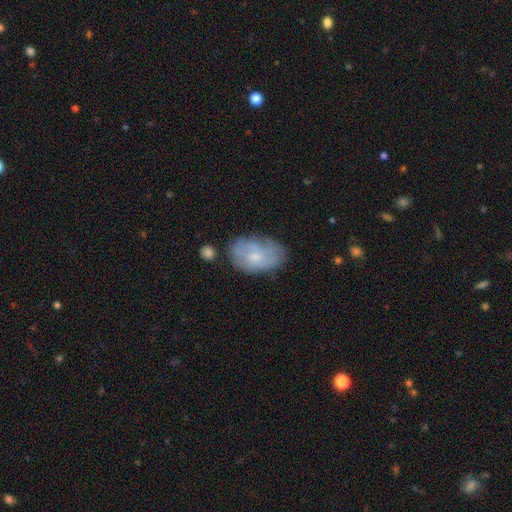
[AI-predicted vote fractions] Smooth or featured? smooth (53%)
How rounded? in between (87%)
Merging? none (59%)